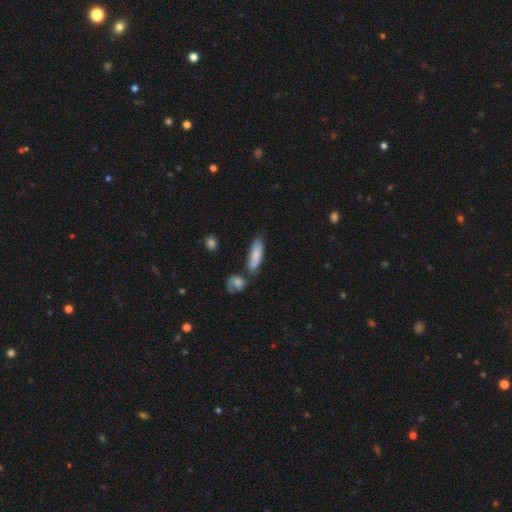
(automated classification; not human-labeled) smooth_or_featured: smooth (p=0.79) [alt: featured or disk p=0.15]
how_rounded: in between (p=0.53) [alt: cigar-shaped p=0.45]
merging: none (p=0.68) [alt: minor disturbance p=0.16]